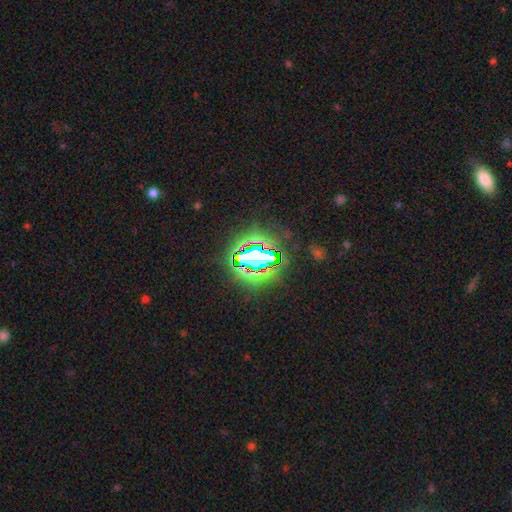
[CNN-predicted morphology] The model was most divided on "smooth or featured": star or artifact: 80%, smooth: 11%, featured or disk: 9%.